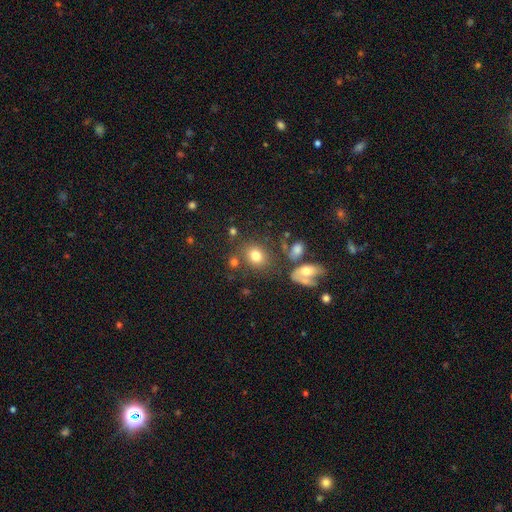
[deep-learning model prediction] Morphology: type=smooth (76%); roundness=round (50%); merging=none (67%).